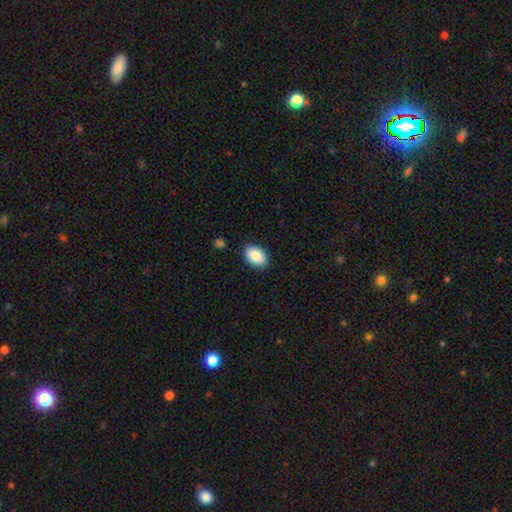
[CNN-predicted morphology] This is clearly a smooth galaxy (87%). How rounded: clearly in between (89%). Merging: clearly none (88%).